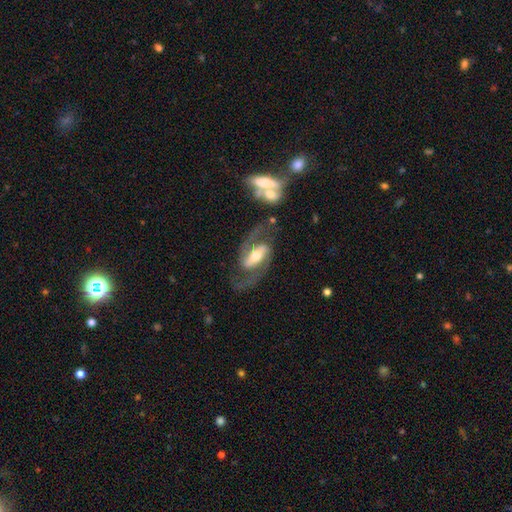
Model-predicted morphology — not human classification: featured or disk 85%, smooth 10%, star or artifact 5%. Down the decision tree: edge-on disk — no (95%); bar — strong (53%); spiral arms — yes (94%); spiral arm count — 2 (92%); spiral winding — medium (53%); bulge size — moderate (65%); merging — none (66%).